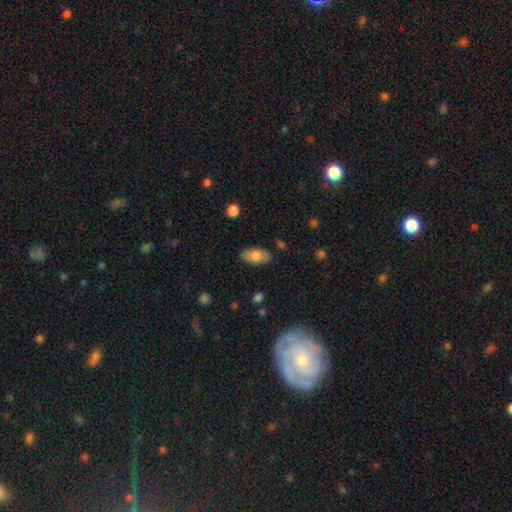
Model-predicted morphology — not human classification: The model was most divided on "smooth or featured": smooth: 75%, featured or disk: 18%, star or artifact: 7%. More confident: how rounded — in between (92%); merging — none (82%).